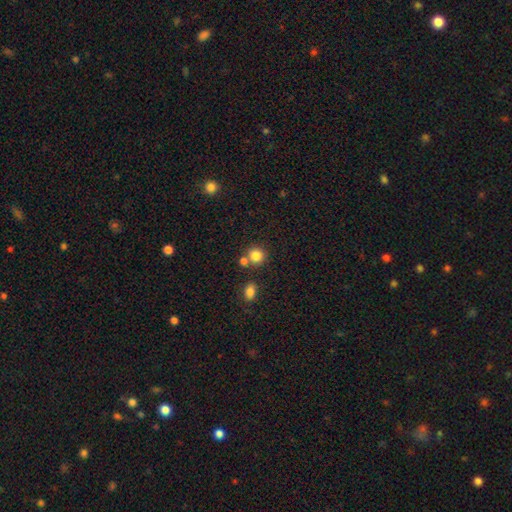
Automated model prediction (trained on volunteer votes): This is clearly a smooth galaxy (83%). How rounded: clearly round (87%). Merging: likely none (67%).